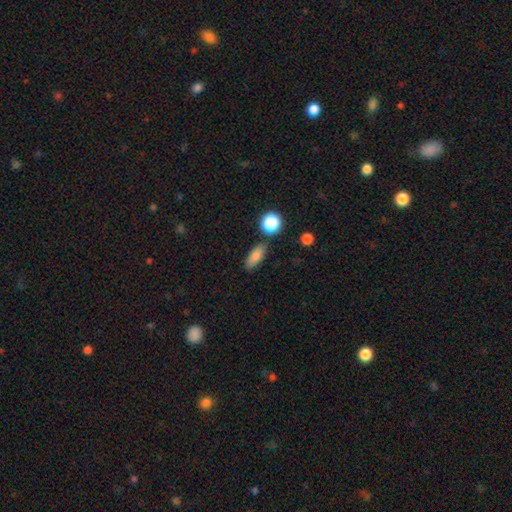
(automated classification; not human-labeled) Morphology: type=smooth (82%); roundness=in between (73%); merging=none (81%).